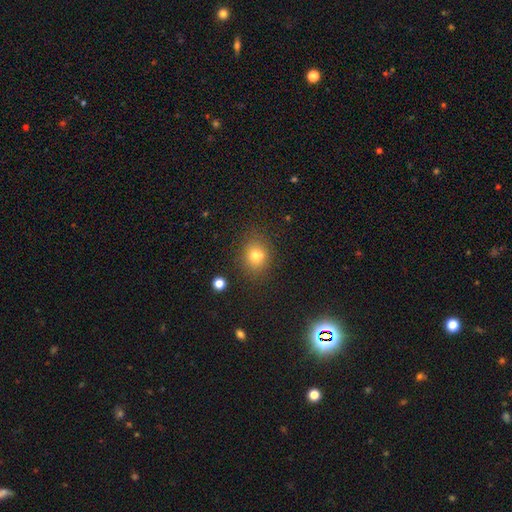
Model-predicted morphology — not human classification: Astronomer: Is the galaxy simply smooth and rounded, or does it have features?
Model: smooth — 76%.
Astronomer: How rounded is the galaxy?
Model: round — 63%.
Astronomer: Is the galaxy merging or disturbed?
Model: none — 73%.